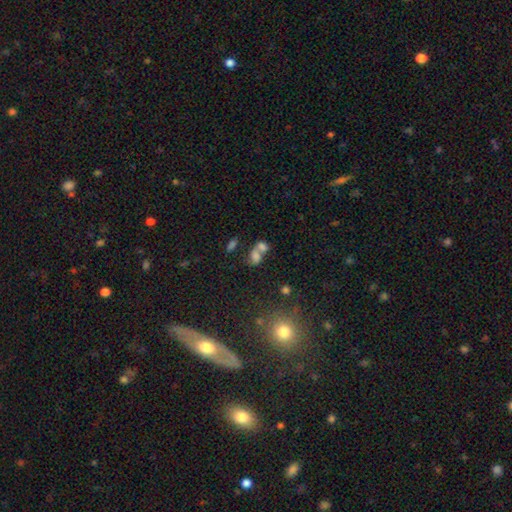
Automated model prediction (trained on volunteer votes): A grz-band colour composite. It shows a smooth galaxy with no disk features (62%) that is in between round and cigar-shaped (73%). Merging: merger (63%).